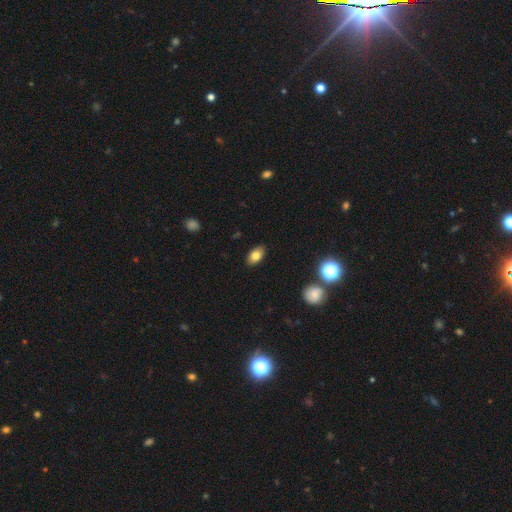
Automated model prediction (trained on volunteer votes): smooth 80%, featured or disk 10%, star or artifact 9%. Down the decision tree: how rounded — in between (90%); merging — none (88%).